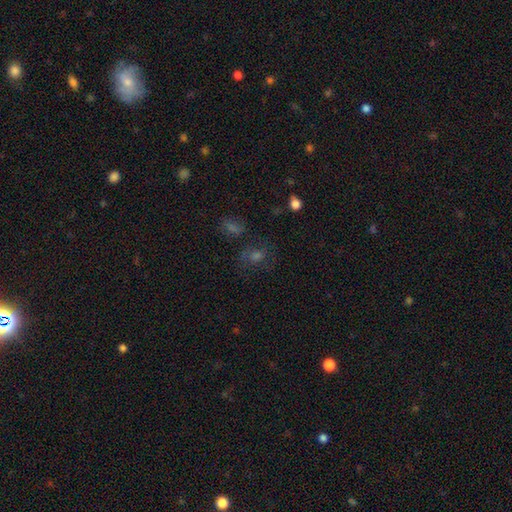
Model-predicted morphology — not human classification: type=star or artifact (38%, tied with smooth).